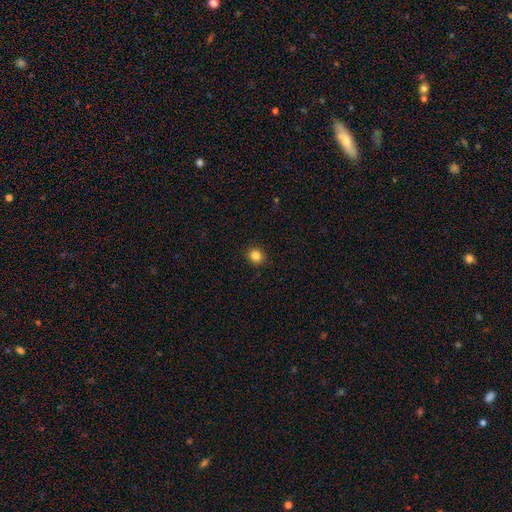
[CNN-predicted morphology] The model was most divided on "how rounded": round: 81%, in between: 18%, cigar-shaped: 1%. More confident: merging — none (91%); smooth or featured — smooth (85%).